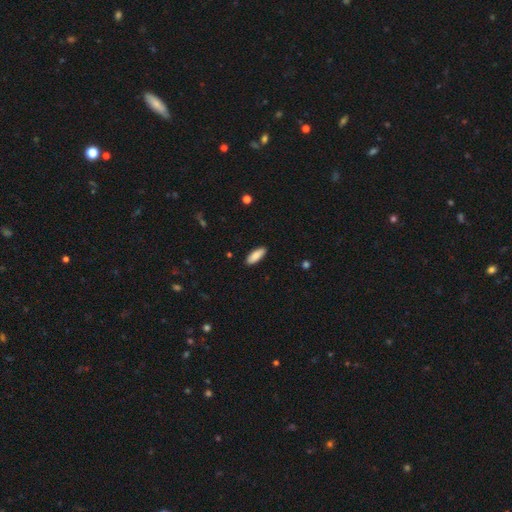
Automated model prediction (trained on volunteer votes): Smooth or featured? Predicted: smooth (p=0.86). How rounded? Predicted: in between (p=0.68). Merging? Predicted: none (p=0.90).